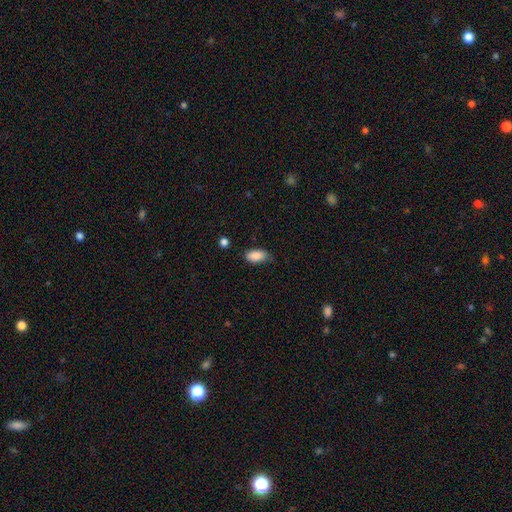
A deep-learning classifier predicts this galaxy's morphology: The model was most divided on "merging": none: 65%, minor disturbance: 28%, major disturbance: 5%, merger: 2%. More confident: how rounded — in between (92%); smooth or featured — smooth (88%).